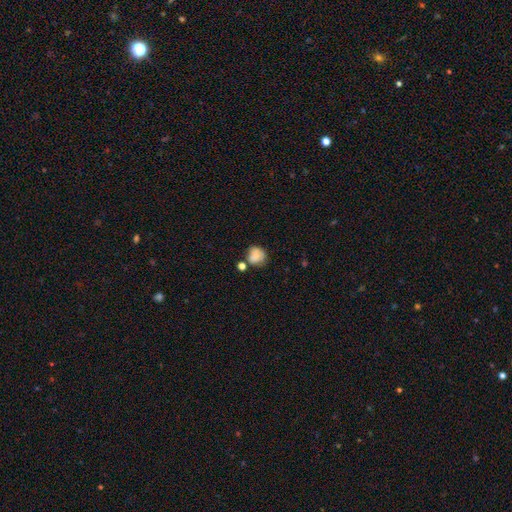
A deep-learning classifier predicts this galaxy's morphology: smooth_or_featured: smooth (p=0.82) [alt: star or artifact p=0.10]
how_rounded: round (p=0.75) [alt: in between p=0.24]
merging: none (p=0.56) [alt: minor disturbance p=0.22]